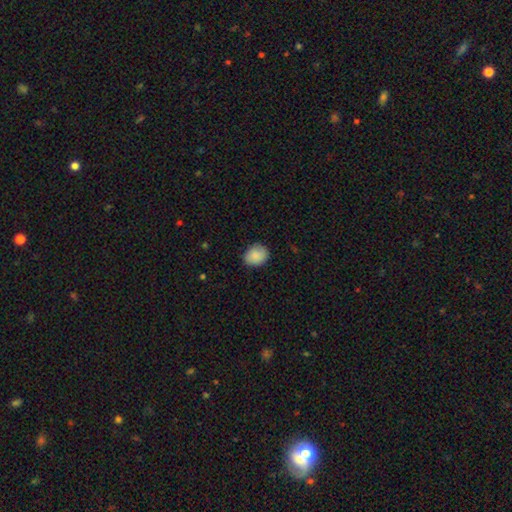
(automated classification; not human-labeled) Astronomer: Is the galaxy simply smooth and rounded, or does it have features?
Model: smooth — 88%.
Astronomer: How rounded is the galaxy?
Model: round — 55% (runner-up: in between, 44%).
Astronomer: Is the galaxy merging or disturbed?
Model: none — 82%.